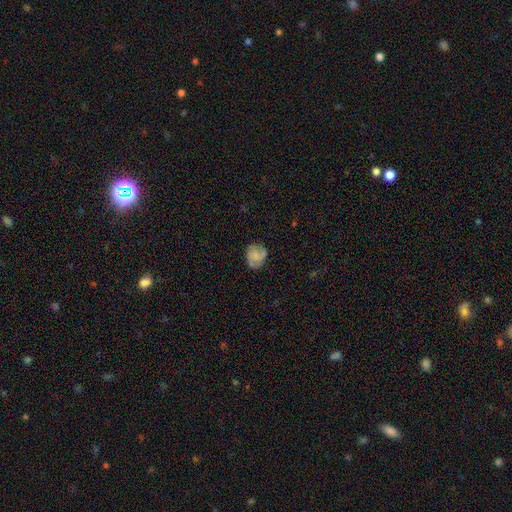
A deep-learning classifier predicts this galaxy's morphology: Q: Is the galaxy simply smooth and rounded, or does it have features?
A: smooth — 49%.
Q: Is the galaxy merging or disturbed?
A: none — 67%.